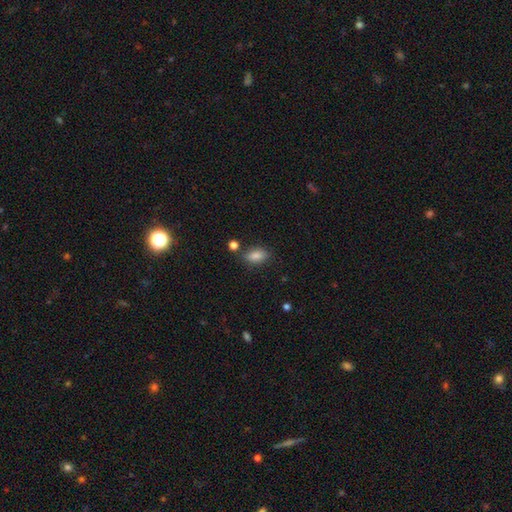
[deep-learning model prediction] Morphology: type=smooth (84%); roundness=in between (87%); merging=none (75%).